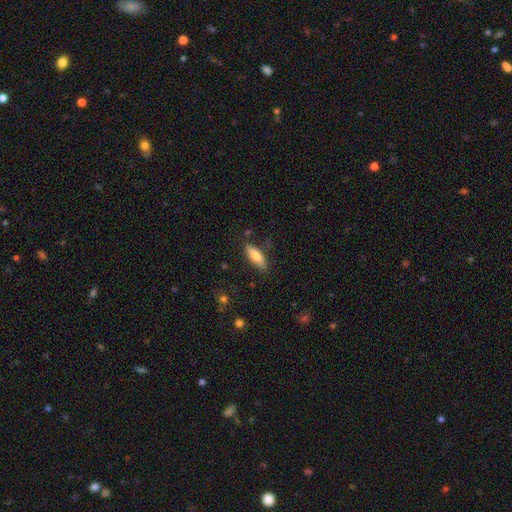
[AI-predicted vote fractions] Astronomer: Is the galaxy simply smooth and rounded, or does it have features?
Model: smooth — 77%.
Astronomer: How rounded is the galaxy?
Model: in between — 52% (runner-up: cigar-shaped, 46%).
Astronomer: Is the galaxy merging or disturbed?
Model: none — 79%.